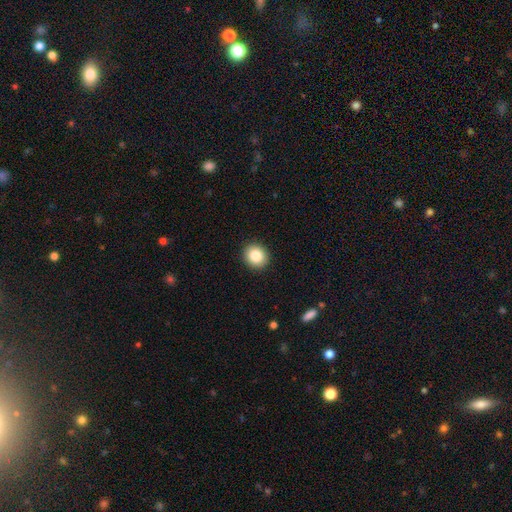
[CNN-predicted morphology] Smooth or featured? smooth (84%)
How rounded? round (83%)
Merging? none (92%)